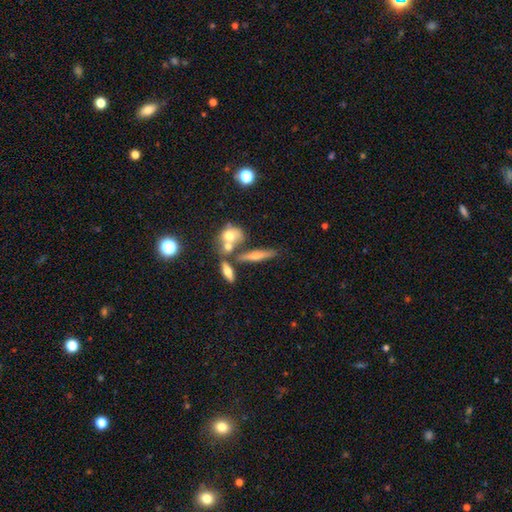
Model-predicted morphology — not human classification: Smooth or featured? Predicted: smooth (p=0.50). How rounded? Predicted: cigar-shaped (p=0.65). Merging? Predicted: none (p=0.57).